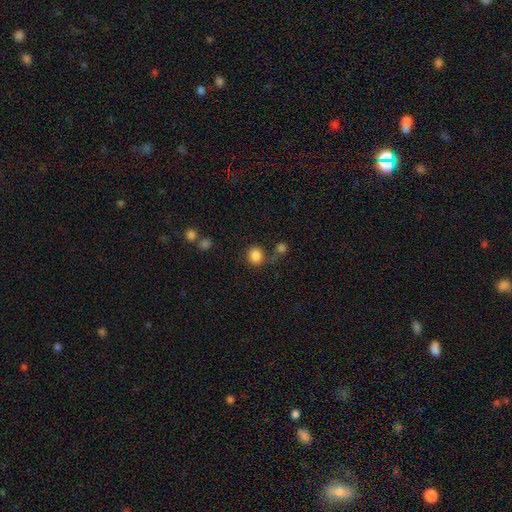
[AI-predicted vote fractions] smooth_or_featured: smooth (p=0.85) [alt: star or artifact p=0.11]
how_rounded: round (p=0.84) [alt: in between p=0.15]
merging: none (p=0.69) [alt: merger p=0.14]